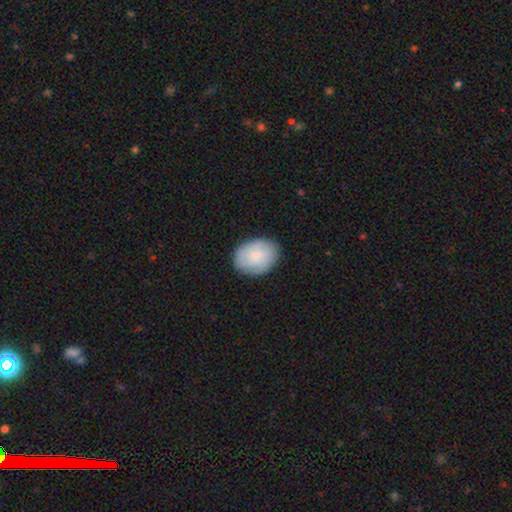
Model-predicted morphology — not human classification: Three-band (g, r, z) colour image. It shows a smooth galaxy with no disk features (71%) that is in between round and cigar-shaped (67%). Merging: none (84%).